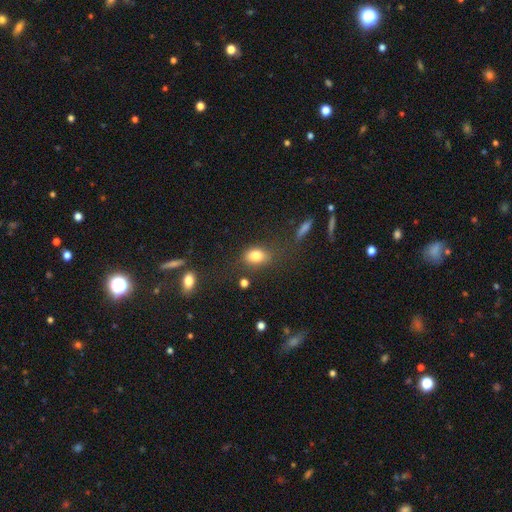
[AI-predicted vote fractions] This appears to be a smooth galaxy with no disk features (82%) that is in between round and cigar-shaped (76%). Merging: none (69%).